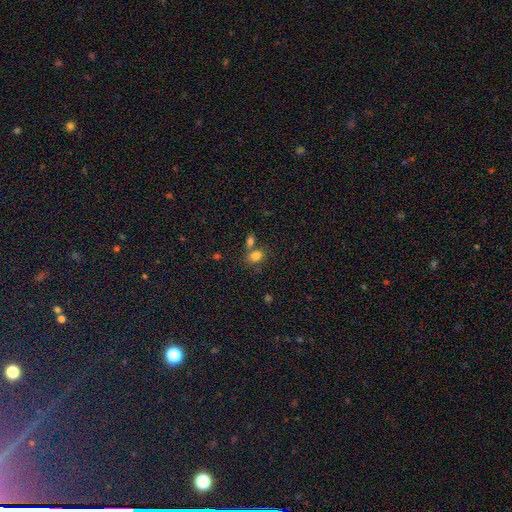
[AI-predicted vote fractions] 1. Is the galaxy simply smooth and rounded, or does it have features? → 81% smooth, 12% star or artifact, 8% featured or disk.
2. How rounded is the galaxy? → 65% in between, 33% round, 1% cigar-shaped.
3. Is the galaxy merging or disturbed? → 53% none, 31% merger, 11% minor disturbance, 4% major disturbance.